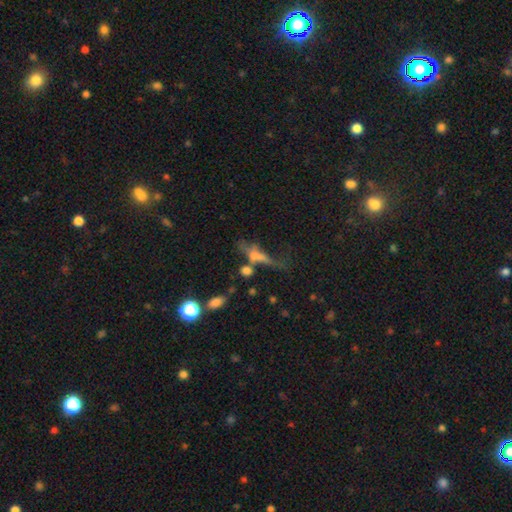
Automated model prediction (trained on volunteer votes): This is marginally a smooth galaxy (45%). Merging: marginally none (32%).